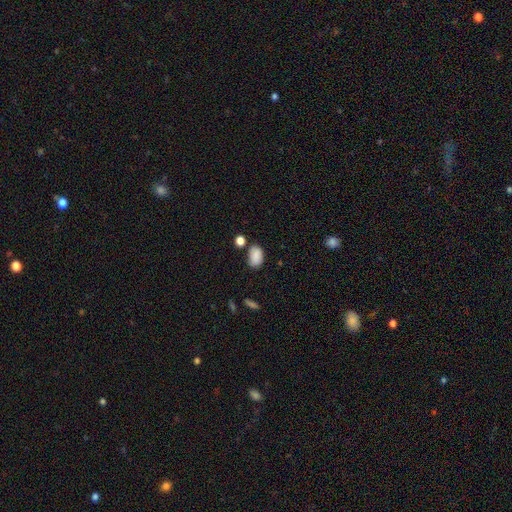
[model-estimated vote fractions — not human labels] This appears to be a smooth galaxy with no disk features (86%) that is in between round and cigar-shaped (88%). Merging: none (65%).